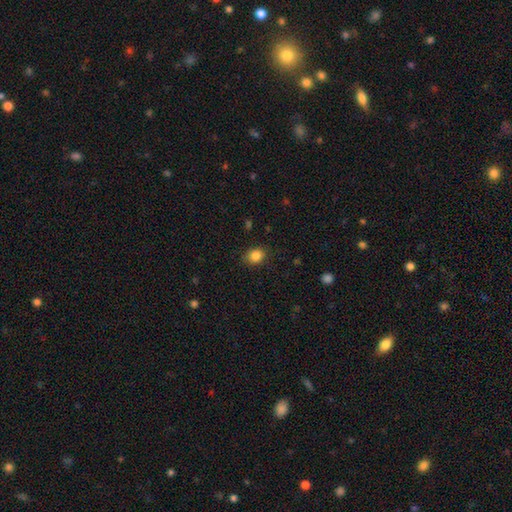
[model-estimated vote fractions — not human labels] A smooth galaxy with no disk features (86%) that is round (55%). Merging: none (85%).